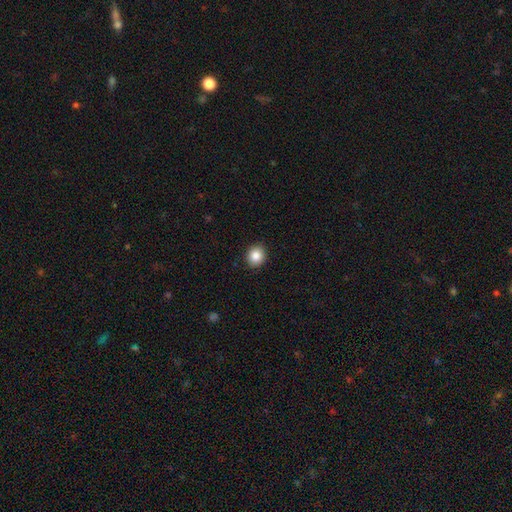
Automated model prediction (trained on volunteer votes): Smooth or featured?
  - smooth: 86% *
  - star or artifact: 9%
  - featured or disk: 5%
How rounded?
  - round: 77% *
  - in between: 22%
  - cigar-shaped: 1%
Merging?
  - none: 91% *
  - minor disturbance: 7%
  - major disturbance: 2%
  - merger: 1%